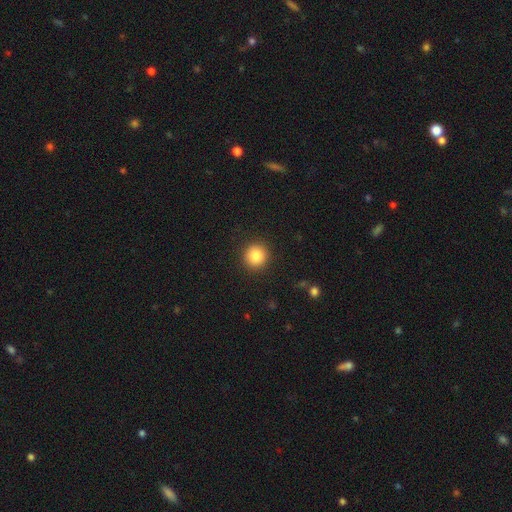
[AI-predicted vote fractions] Overall: smooth (85%). How rounded: round (94%). Merging: none (91%).